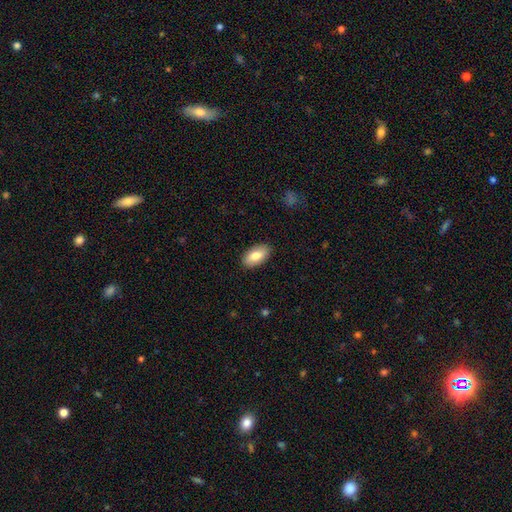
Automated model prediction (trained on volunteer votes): This appears to be a smooth galaxy with no disk features (82%) that is in between round and cigar-shaped (94%). Merging: none (89%).